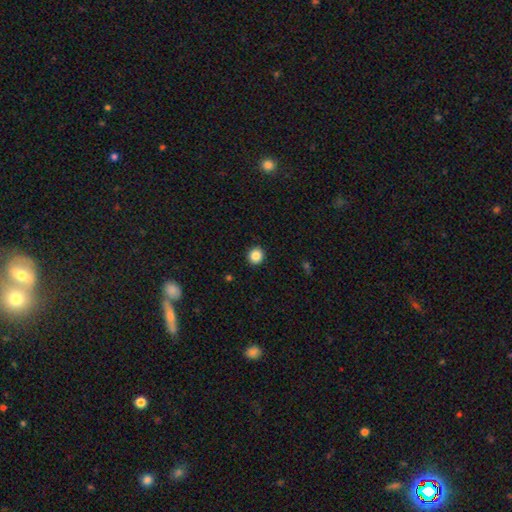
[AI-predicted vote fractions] Smooth or featured? Predicted: smooth (p=0.87). How rounded? Predicted: round (p=0.93). Merging? Predicted: none (p=0.93).